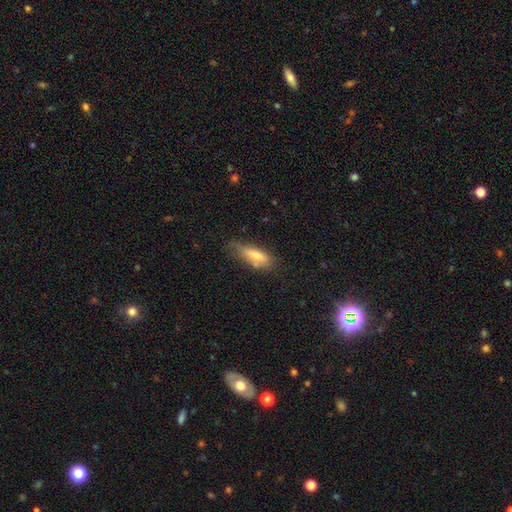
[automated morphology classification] A smooth galaxy with no disk features (65%) that is in between round and cigar-shaped (55%). Merging: none (55%).